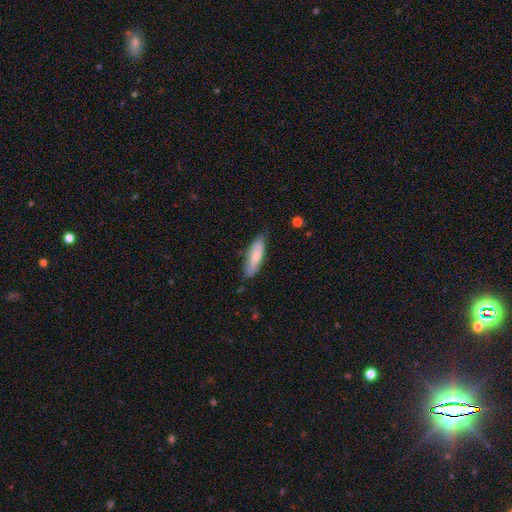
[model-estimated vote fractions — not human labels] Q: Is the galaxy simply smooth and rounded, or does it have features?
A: smooth — 72%.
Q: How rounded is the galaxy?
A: in between — 52%.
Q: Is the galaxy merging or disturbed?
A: none — 74%.